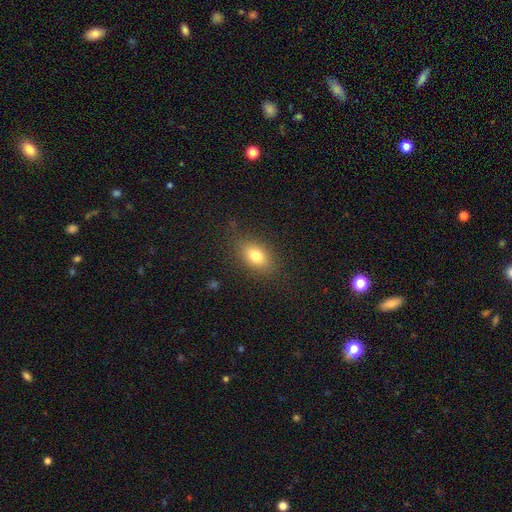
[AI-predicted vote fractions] This is likely a smooth galaxy (79%). How rounded: clearly in between (83%). Merging: clearly none (83%).